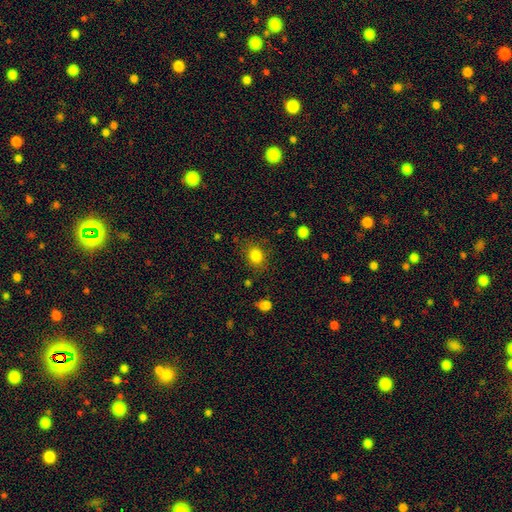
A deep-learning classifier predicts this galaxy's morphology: Smooth or featured: smooth — 83% (star or artifact — 11%)
How rounded: round — 60% (in between — 39%)
Merging: none — 81% (minor disturbance — 13%)